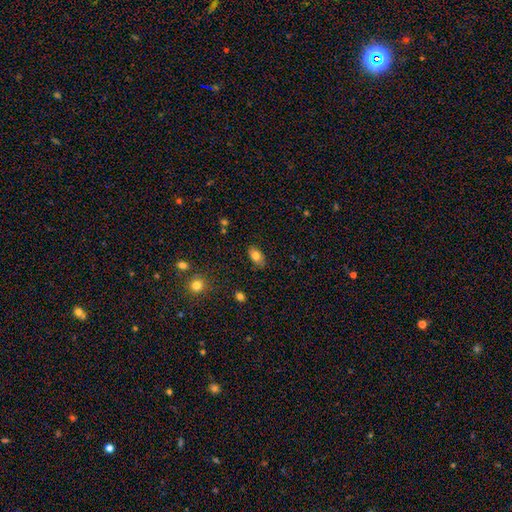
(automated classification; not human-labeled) The model was most divided on "smooth or featured": smooth: 78%, featured or disk: 13%, star or artifact: 9%. More confident: how rounded — in between (91%); merging — none (84%).